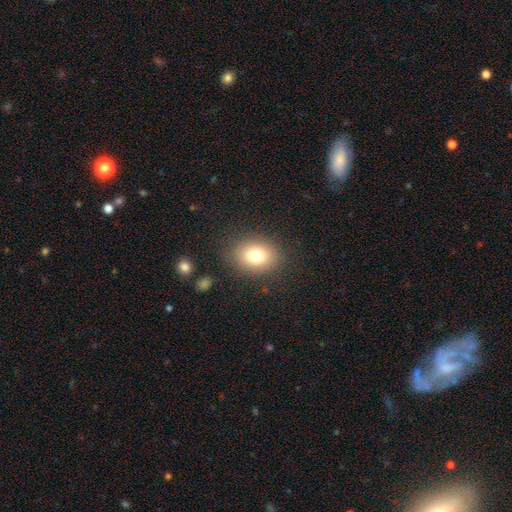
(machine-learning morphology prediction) Smooth or featured: smooth — 78% (star or artifact — 11%)
How rounded: in between — 54% (round — 45%)
Merging: none — 84% (minor disturbance — 10%)